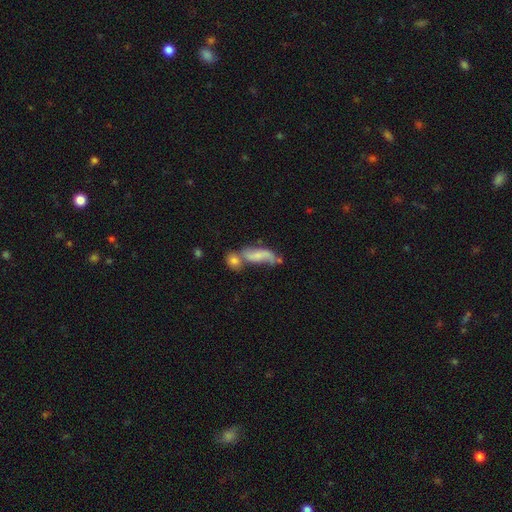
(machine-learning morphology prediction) smooth-or-featured: featured or disk: 45% | smooth: 43% | star or artifact: 12%
  merging: merger: 44% | none: 29% | minor disturbance: 15% | major disturbance: 12%